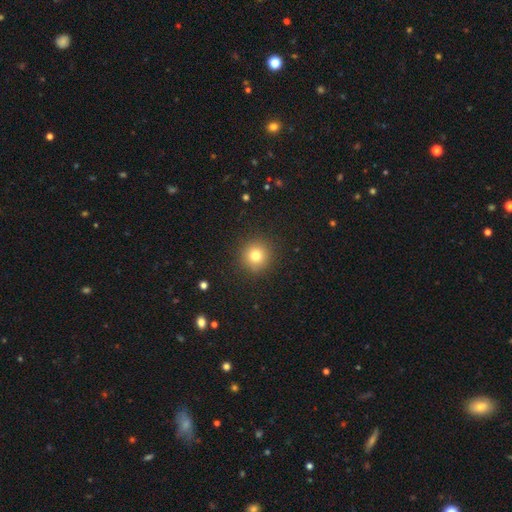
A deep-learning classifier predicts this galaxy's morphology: Q: Smooth or featured?
A: smooth (78%); runner-up: star or artifact (13%)
Q: How rounded?
A: round (94%); runner-up: in between (5%)
Q: Merging?
A: none (91%); runner-up: minor disturbance (6%)